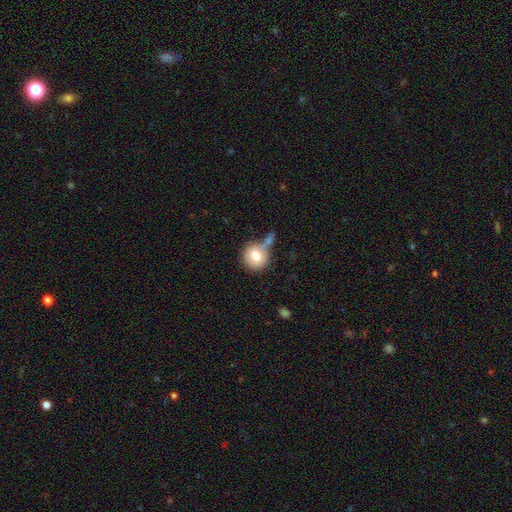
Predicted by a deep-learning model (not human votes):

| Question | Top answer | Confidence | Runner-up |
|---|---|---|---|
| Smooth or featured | smooth | 77% | featured or disk (15%) |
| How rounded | round | 92% | in between (7%) |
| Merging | none | 50% | merger (25%) |